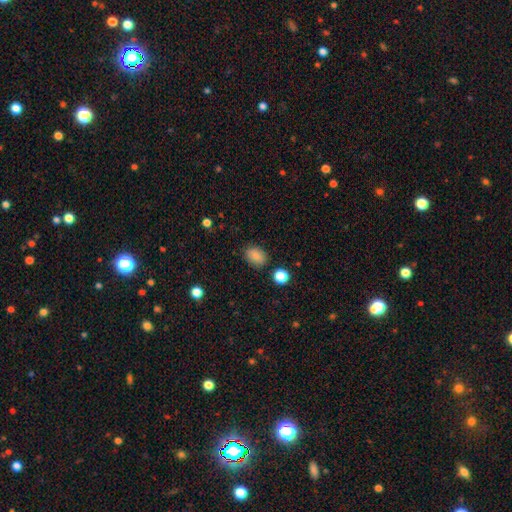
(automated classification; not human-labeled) Smooth or featured?
  - smooth: 86% *
  - star or artifact: 10%
  - featured or disk: 4%
How rounded?
  - in between: 72% *
  - round: 27%
  - cigar-shaped: 1%
Merging?
  - none: 85% *
  - minor disturbance: 10%
  - major disturbance: 3%
  - merger: 2%